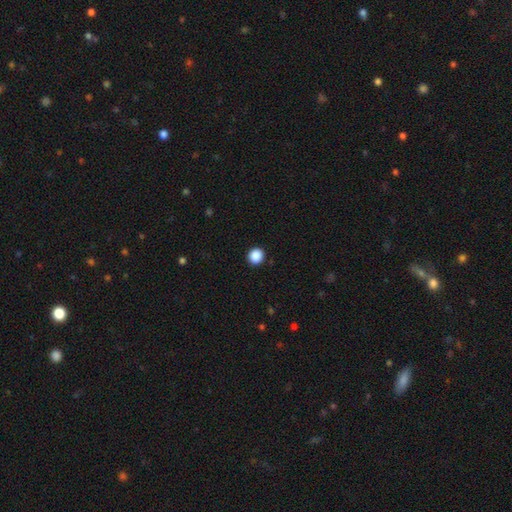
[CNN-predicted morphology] The model was most divided on "smooth or featured": smooth: 88%, star or artifact: 9%, featured or disk: 2%. More confident: merging — none (93%); how rounded — round (92%).